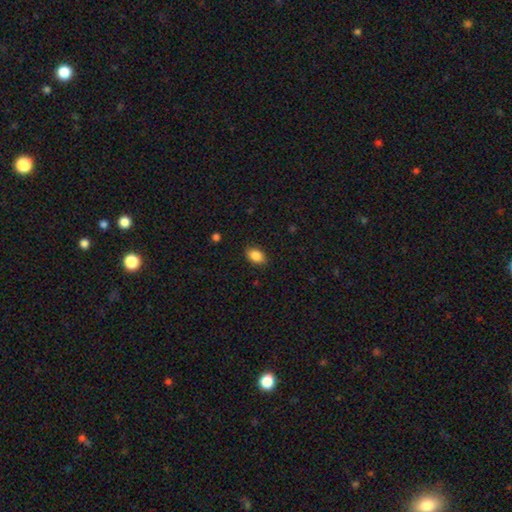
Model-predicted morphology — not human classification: smooth 88%, star or artifact 8%, featured or disk 4%. Down the decision tree: how rounded — in between (84%); merging — none (86%).